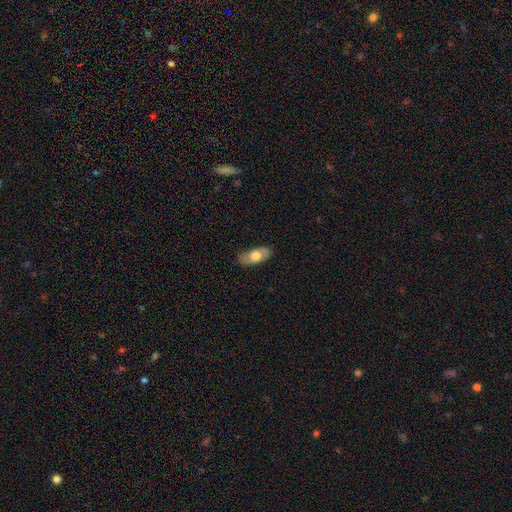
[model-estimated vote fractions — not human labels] A smooth galaxy with no disk features (69%) that is in between round and cigar-shaped (86%).

Vote fractions:
- Smooth or featured? smooth: 69% / featured or disk: 25% / star or artifact: 6%
- How rounded? in between: 86% / cigar-shaped: 11% / round: 3%
- Merging? none: 84% / minor disturbance: 13% / major disturbance: 2% / merger: 1%